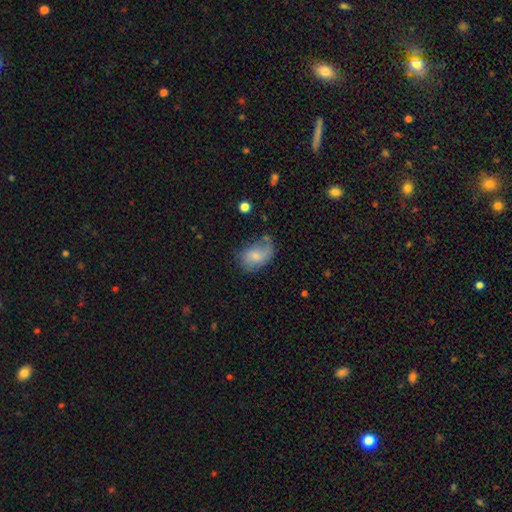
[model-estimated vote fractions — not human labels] Q: Smooth or featured?
A: smooth (60%); runner-up: featured or disk (32%)
Q: How rounded?
A: in between (85%); runner-up: round (14%)
Q: Merging?
A: none (41%); runner-up: minor disturbance (34%)